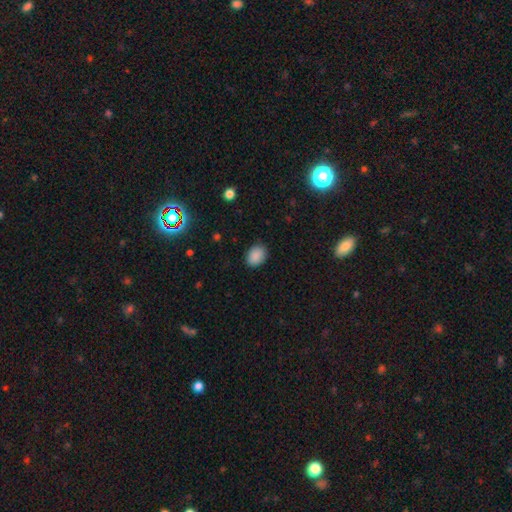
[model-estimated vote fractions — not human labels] Q: Smooth or featured?
A: smooth (88%); runner-up: star or artifact (8%)
Q: How rounded?
A: in between (72%); runner-up: round (27%)
Q: Merging?
A: none (86%); runner-up: minor disturbance (11%)